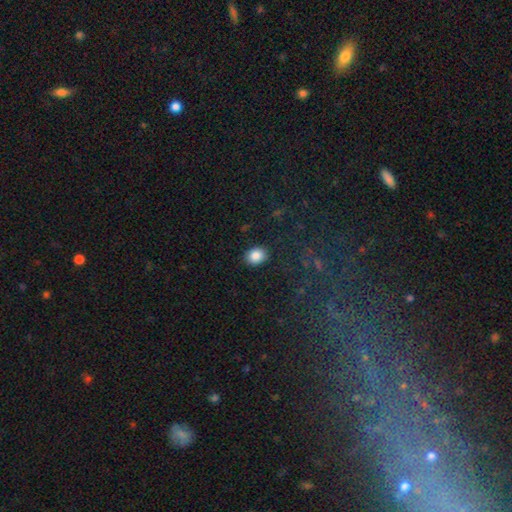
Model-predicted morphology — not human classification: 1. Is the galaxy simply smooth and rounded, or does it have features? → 86% smooth, 9% star or artifact, 5% featured or disk.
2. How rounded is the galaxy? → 54% round, 45% in between, 1% cigar-shaped.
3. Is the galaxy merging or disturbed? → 89% none, 8% minor disturbance, 2% major disturbance, 1% merger.